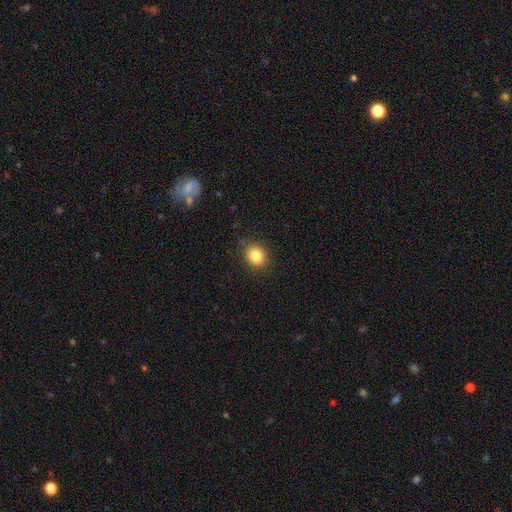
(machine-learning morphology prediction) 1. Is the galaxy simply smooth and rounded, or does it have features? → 84% smooth, 10% star or artifact, 6% featured or disk.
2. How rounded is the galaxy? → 67% round, 32% in between, 1% cigar-shaped.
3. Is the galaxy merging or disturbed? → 89% none, 8% minor disturbance, 2% major disturbance, 1% merger.